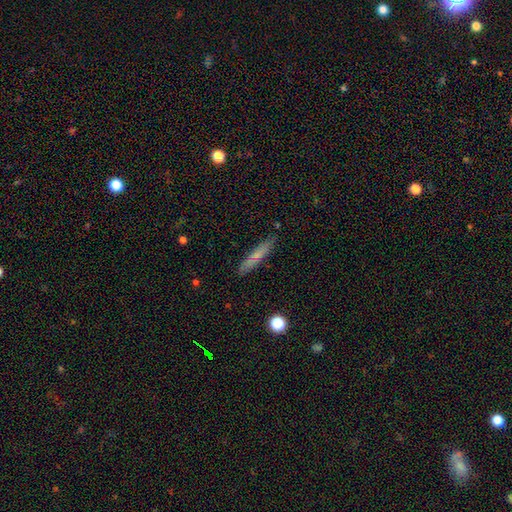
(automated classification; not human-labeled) A smooth galaxy with no disk features (60%) that is cigar-shaped (92%). Merging: none (87%).